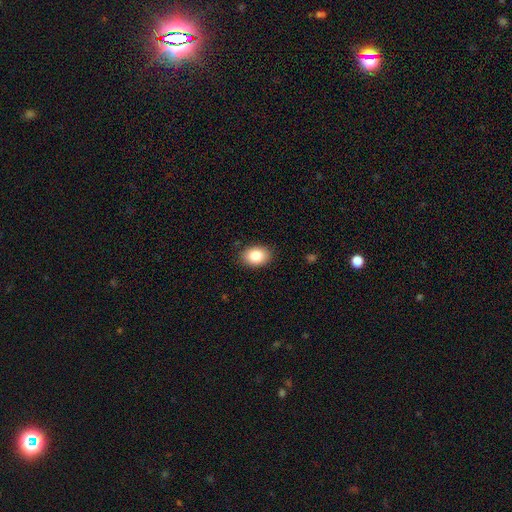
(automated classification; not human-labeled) Smooth or featured?
  - smooth: 85% *
  - star or artifact: 8%
  - featured or disk: 7%
How rounded?
  - in between: 79% *
  - round: 20%
  - cigar-shaped: 1%
Merging?
  - none: 87% *
  - minor disturbance: 10%
  - major disturbance: 2%
  - merger: 1%